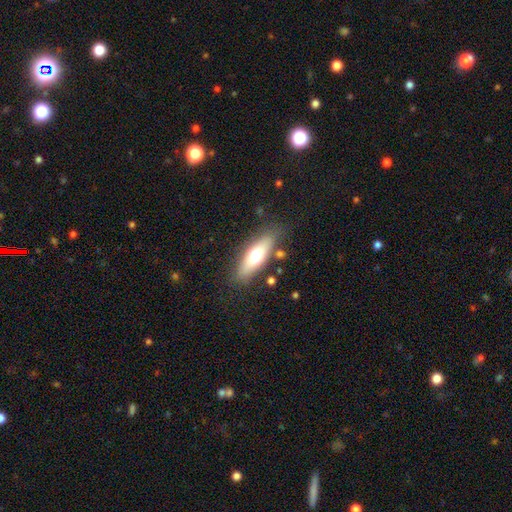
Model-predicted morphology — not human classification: A smooth galaxy with no disk features (61%) that is in between round and cigar-shaped (54%). Merging: none (80%).